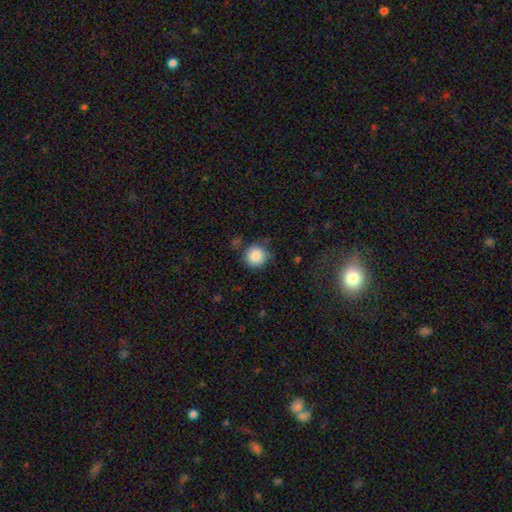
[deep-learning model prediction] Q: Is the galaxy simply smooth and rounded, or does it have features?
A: smooth — 87%.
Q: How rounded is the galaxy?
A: round — 92%.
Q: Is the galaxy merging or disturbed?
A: none — 79%.